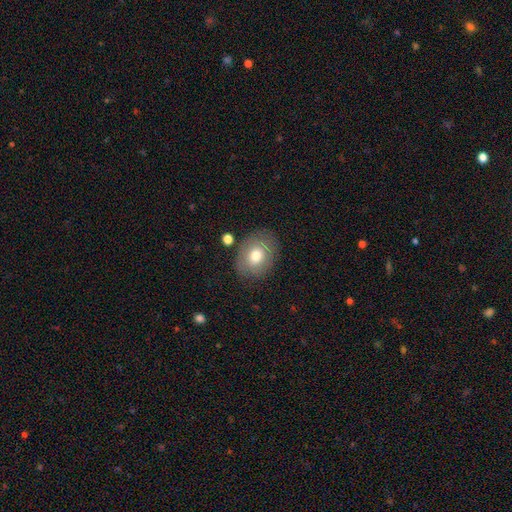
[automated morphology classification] This appears to be a smooth galaxy with no disk features (66%) that is in between round and cigar-shaped (61%). Merging: none (77%).